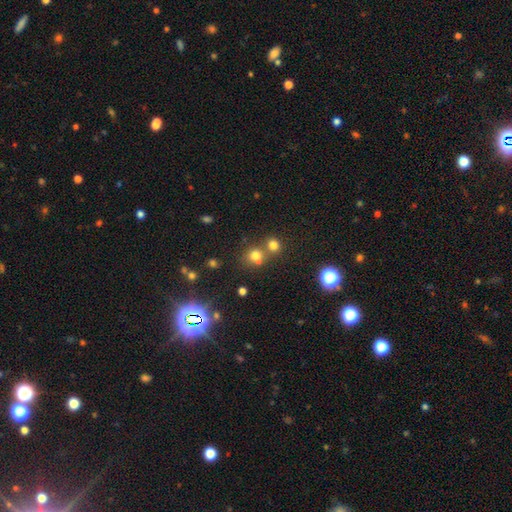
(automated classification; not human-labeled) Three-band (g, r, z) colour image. It shows a smooth galaxy with no disk features (70%) that is round (84%). Merging: none (54%).